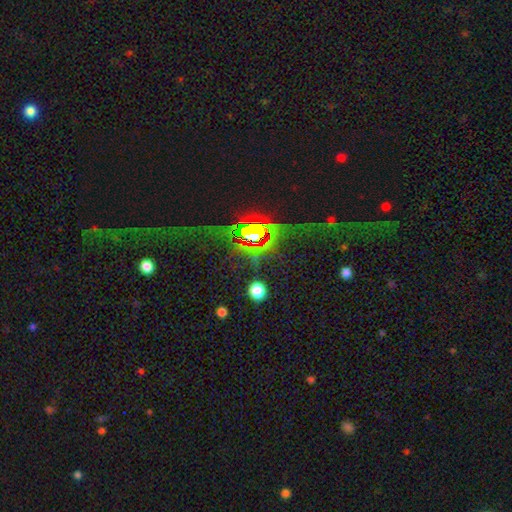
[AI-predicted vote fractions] Smooth or featured?
  - star or artifact: 74% *
  - smooth: 14%
  - featured or disk: 13%